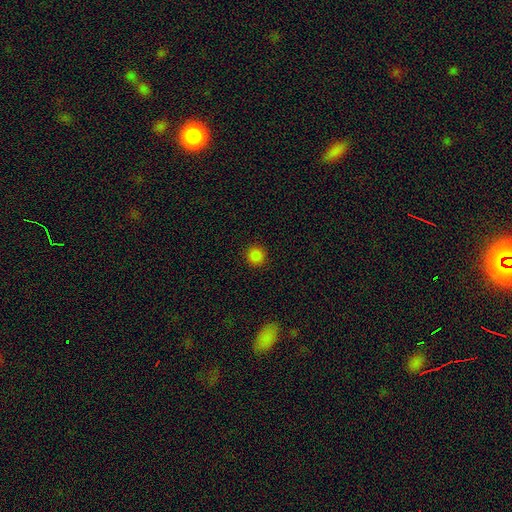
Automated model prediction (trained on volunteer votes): A smooth galaxy with no disk features (85%) that is round (95%). Merging: none (92%).